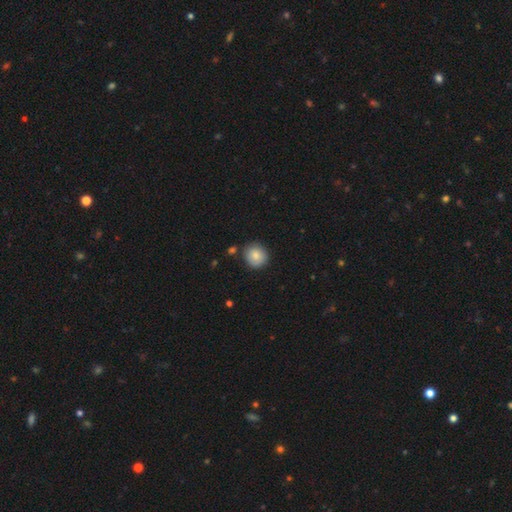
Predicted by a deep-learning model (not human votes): Overall: smooth (83%). How rounded: round (91%). Merging: none (83%).